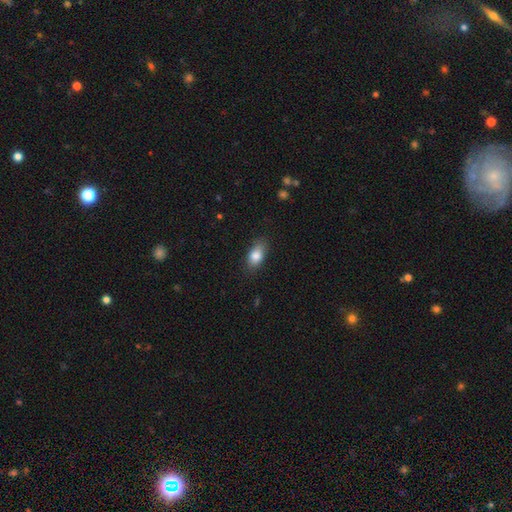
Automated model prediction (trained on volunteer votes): Smooth or featured? smooth (83%)
How rounded? in between (86%)
Merging? none (80%)